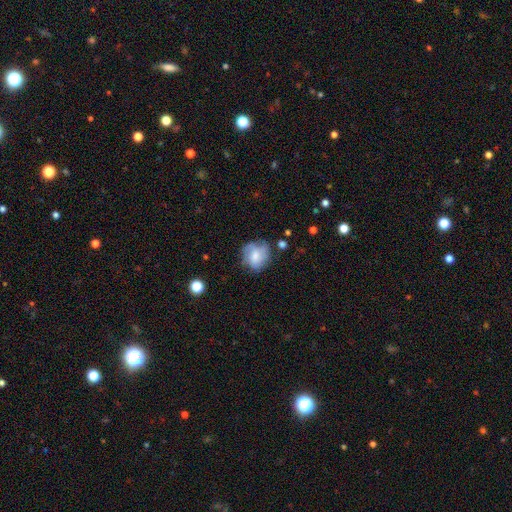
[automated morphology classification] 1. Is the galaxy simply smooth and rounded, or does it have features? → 58% smooth, 34% featured or disk, 9% star or artifact.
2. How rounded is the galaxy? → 67% round, 32% in between, 1% cigar-shaped.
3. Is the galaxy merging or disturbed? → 57% none, 27% minor disturbance, 12% major disturbance, 4% merger.